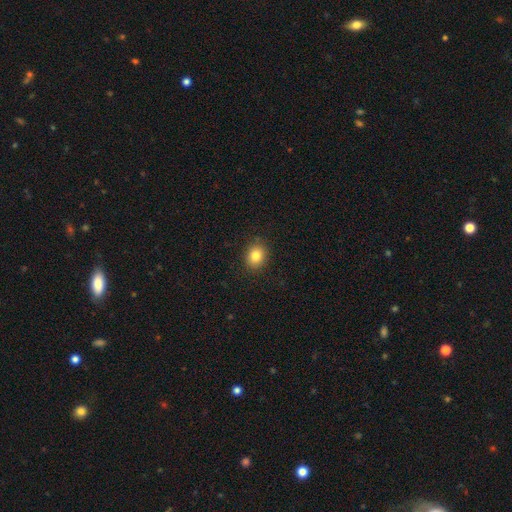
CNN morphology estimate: A smooth galaxy with no disk features (83%) that is round (61%). Merging: none (89%).